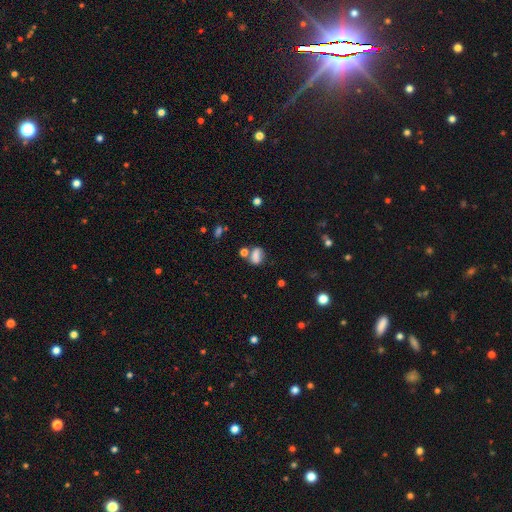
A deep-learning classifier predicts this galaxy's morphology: Smooth or featured? smooth (75%)
How rounded? in between (73%)
Merging? none (47%)